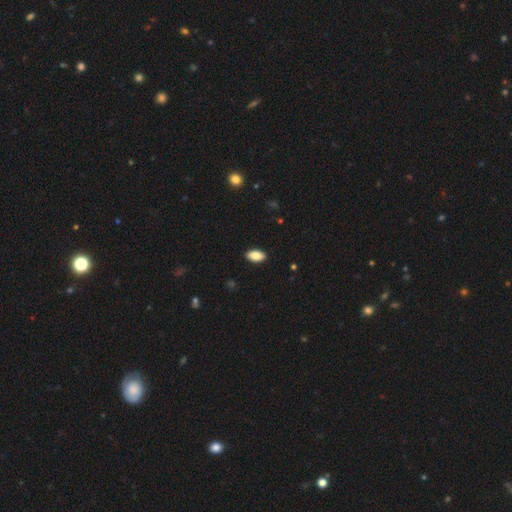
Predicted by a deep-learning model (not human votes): Q: Smooth or featured?
A: smooth (86%); runner-up: star or artifact (7%)
Q: How rounded?
A: in between (93%); runner-up: cigar-shaped (4%)
Q: Merging?
A: none (90%); runner-up: minor disturbance (7%)